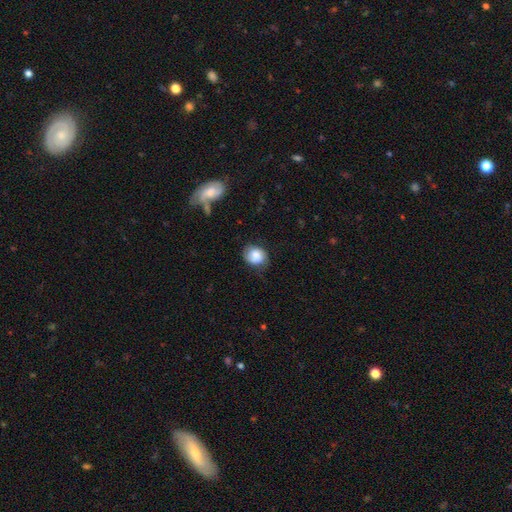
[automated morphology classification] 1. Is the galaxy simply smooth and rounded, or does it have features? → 78% smooth, 14% featured or disk, 8% star or artifact.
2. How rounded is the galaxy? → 58% round, 41% in between, 1% cigar-shaped.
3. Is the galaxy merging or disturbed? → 65% none, 26% minor disturbance, 7% major disturbance, 2% merger.